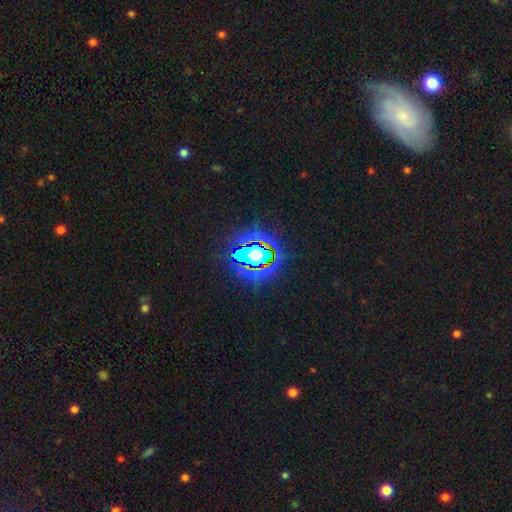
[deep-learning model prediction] Q: Smooth or featured?
A: star or artifact (78%); runner-up: smooth (13%)